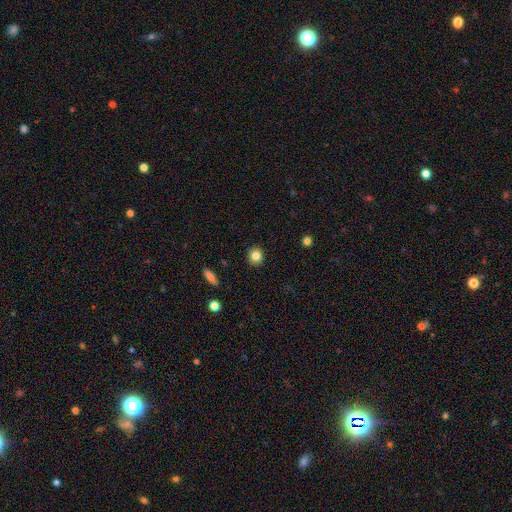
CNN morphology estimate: Overall: smooth (83%). How rounded: round (87%). Merging: none (92%).